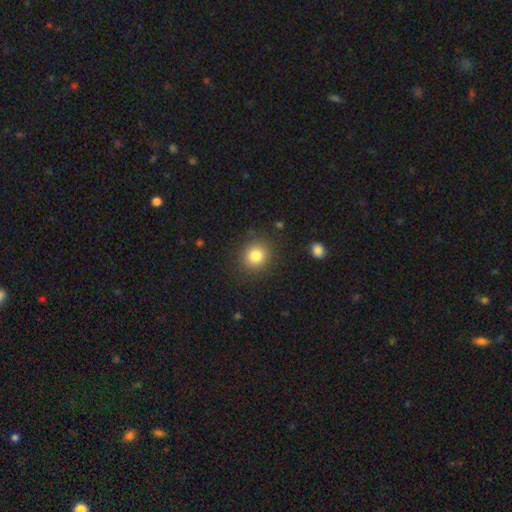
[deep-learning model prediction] The model was most divided on "smooth or featured": smooth: 82%, star or artifact: 11%, featured or disk: 7%. More confident: merging — none (88%); how rounded — round (86%).